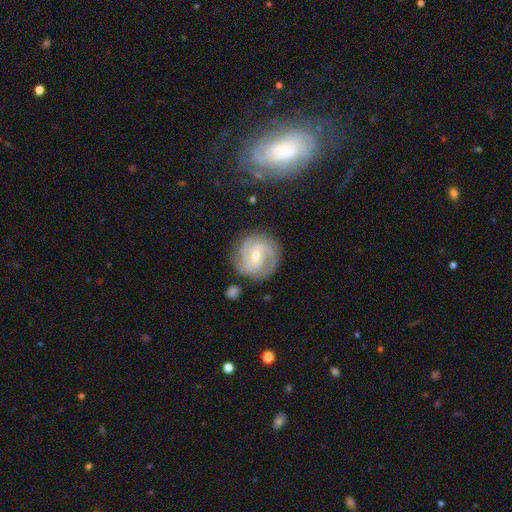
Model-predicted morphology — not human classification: Overall: featured or disk (86%). Edge-on disk: no (98%). Bar: weak (46%; no 33%). Spiral arms: yes (97%). Spiral arm count: 2 (40%; 3 32%). Spiral winding: tight (53%; medium 38%). Bulge size: small (54%; moderate 44%). Merging: none (80%).